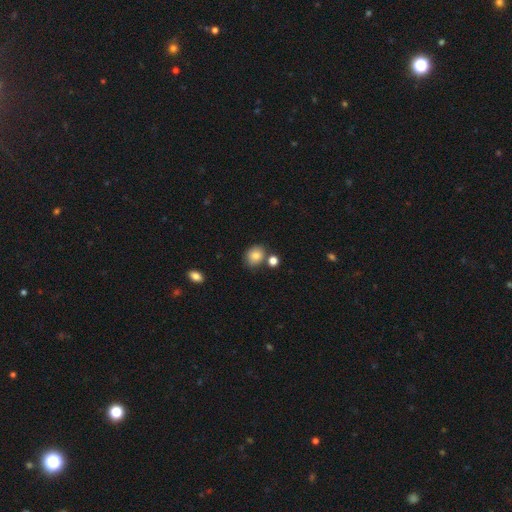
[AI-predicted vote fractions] smooth_or_featured: smooth (p=0.83) [alt: star or artifact p=0.10]
how_rounded: round (p=0.61) [alt: in between p=0.39]
merging: none (p=0.71) [alt: merger p=0.13]